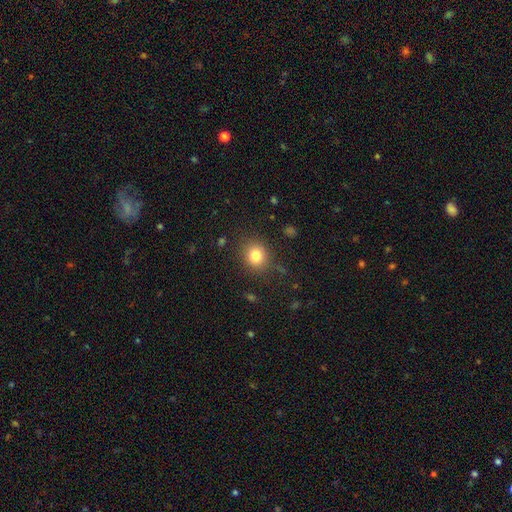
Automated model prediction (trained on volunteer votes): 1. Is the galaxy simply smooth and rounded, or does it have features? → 80% smooth, 12% star or artifact, 8% featured or disk.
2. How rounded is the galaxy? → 75% round, 24% in between, 1% cigar-shaped.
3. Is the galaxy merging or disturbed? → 83% none, 11% minor disturbance, 4% major disturbance, 2% merger.